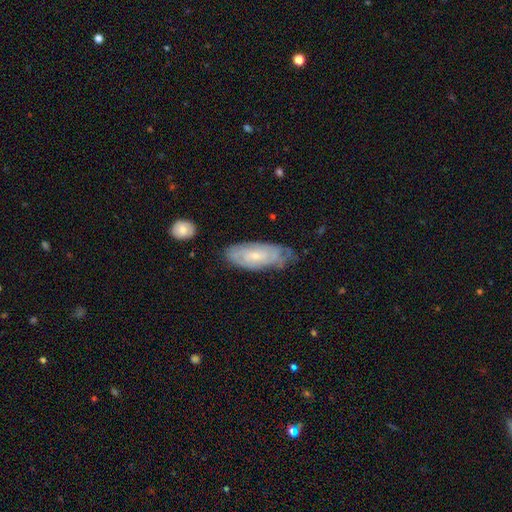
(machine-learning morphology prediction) A featured or disk galaxy (59%) with no bar (70%), spiral arms (76%) and a small central bulge (69%). Merging: none (64%).